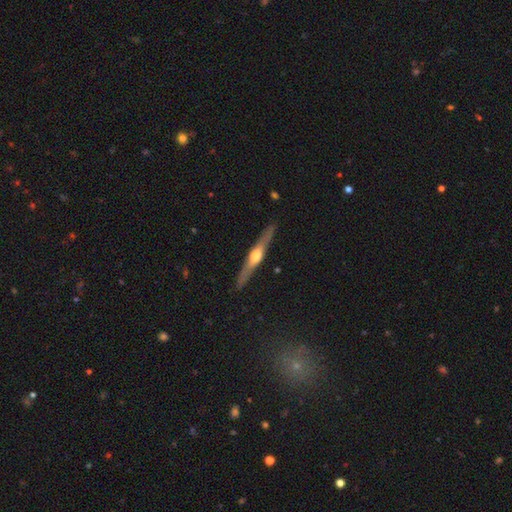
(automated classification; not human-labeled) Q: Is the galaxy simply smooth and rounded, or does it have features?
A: featured or disk — 73%.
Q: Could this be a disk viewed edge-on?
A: yes — 97%.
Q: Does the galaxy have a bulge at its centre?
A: rounded — 91%.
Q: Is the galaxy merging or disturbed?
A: none — 90%.